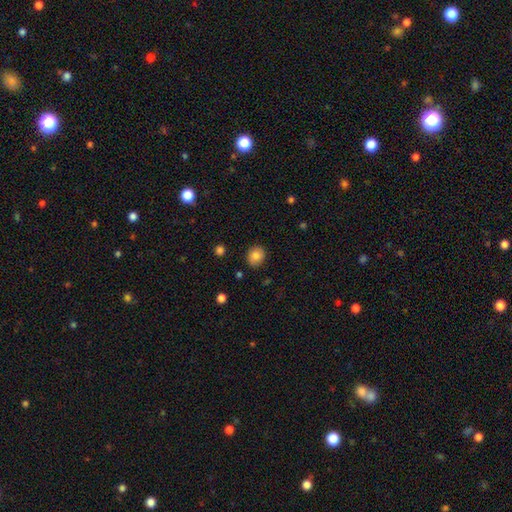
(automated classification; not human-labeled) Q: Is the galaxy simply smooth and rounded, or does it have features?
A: smooth — 83%.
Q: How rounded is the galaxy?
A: round — 74%.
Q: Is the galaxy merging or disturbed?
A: none — 89%.